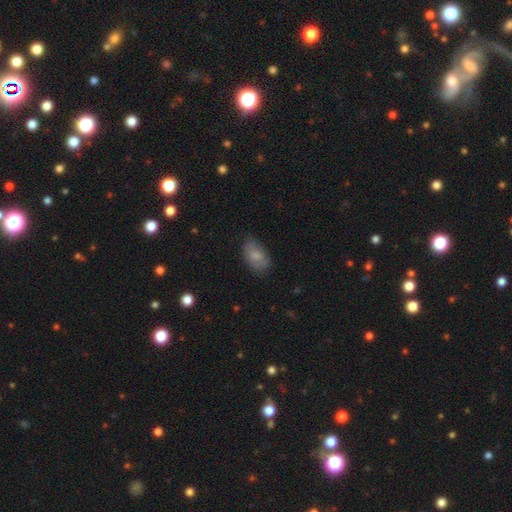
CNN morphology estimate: This appears to be a smooth galaxy with no disk features (79%) that is in between round and cigar-shaped (92%). Merging: none (74%).